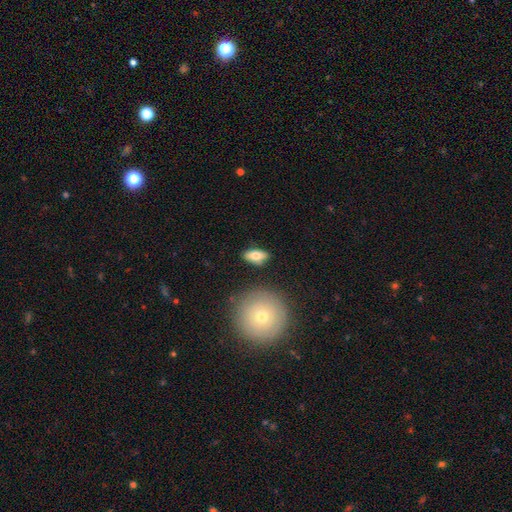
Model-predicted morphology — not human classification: smooth 68%, featured or disk 25%, star or artifact 7%. Down the decision tree: how rounded — in between (82%); merging — none (84%).